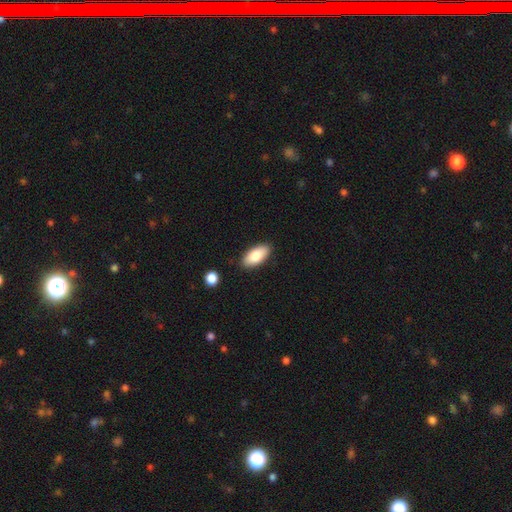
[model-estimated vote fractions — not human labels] Q: Smooth or featured?
A: smooth (82%); runner-up: featured or disk (12%)
Q: How rounded?
A: in between (91%); runner-up: cigar-shaped (6%)
Q: Merging?
A: none (87%); runner-up: minor disturbance (9%)